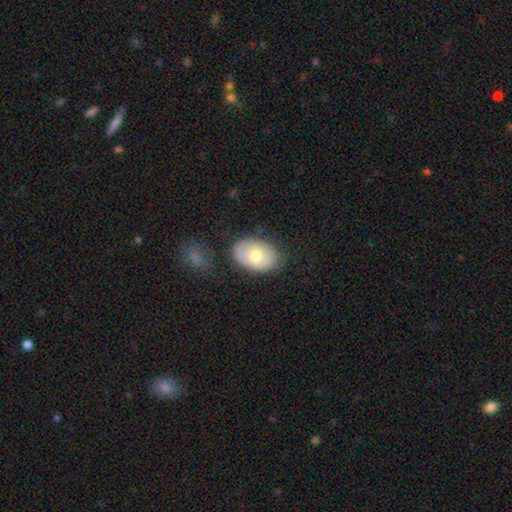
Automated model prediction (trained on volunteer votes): smooth 70%, featured or disk 23%, star or artifact 7%. Down the decision tree: how rounded — in between (85%); merging — none (73%).